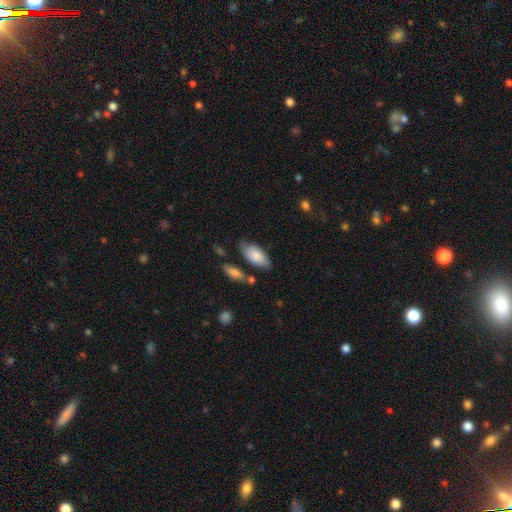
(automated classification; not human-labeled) Smooth or featured? Predicted: smooth (p=0.80). How rounded? Predicted: in between (p=0.92). Merging? Predicted: none (p=0.69).